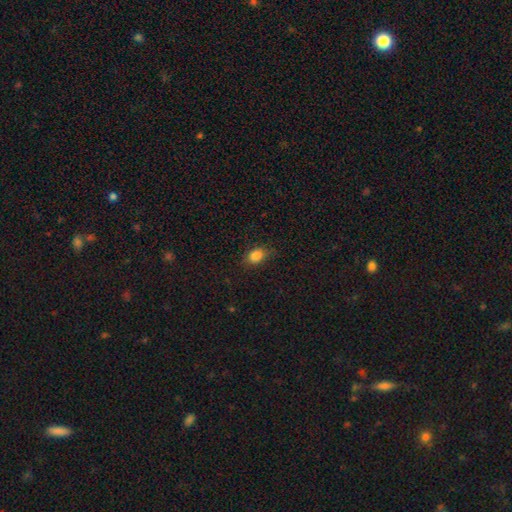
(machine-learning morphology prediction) Smooth or featured? Predicted: smooth (p=0.84). How rounded? Predicted: in between (p=0.66). Merging? Predicted: none (p=0.75).